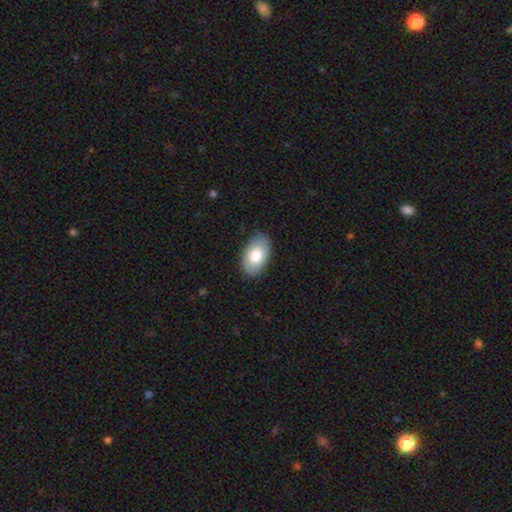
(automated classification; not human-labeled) Smooth or featured?
  - smooth: 78% *
  - featured or disk: 16%
  - star or artifact: 6%
How rounded?
  - in between: 94% *
  - round: 5%
  - cigar-shaped: 1%
Merging?
  - none: 85% *
  - minor disturbance: 11%
  - major disturbance: 2%
  - merger: 1%